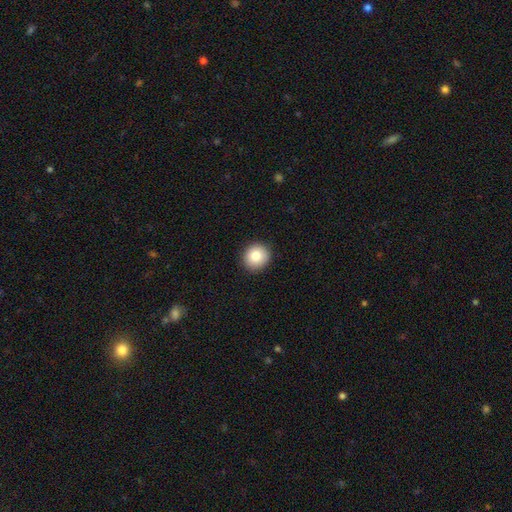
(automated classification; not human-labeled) smooth_or_featured: smooth (p=0.82) [alt: star or artifact p=0.09]
how_rounded: round (p=0.90) [alt: in between p=0.09]
merging: none (p=0.91) [alt: minor disturbance p=0.06]